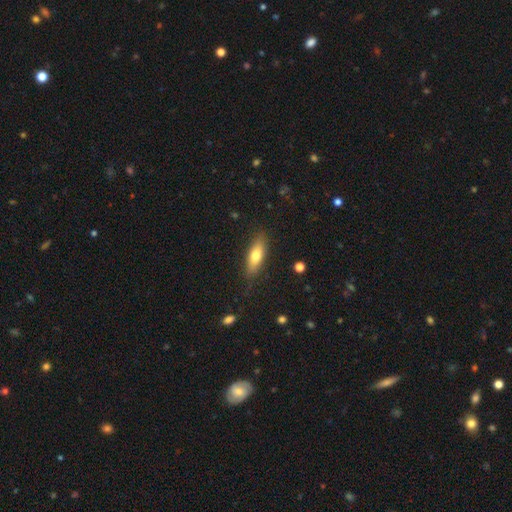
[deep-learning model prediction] smooth-or-featured: smooth: 71% | featured or disk: 23% | star or artifact: 6%
  how-rounded: in between: 59% | cigar-shaped: 38% | round: 3%
  merging: none: 81% | minor disturbance: 15% | major disturbance: 3% | merger: 1%